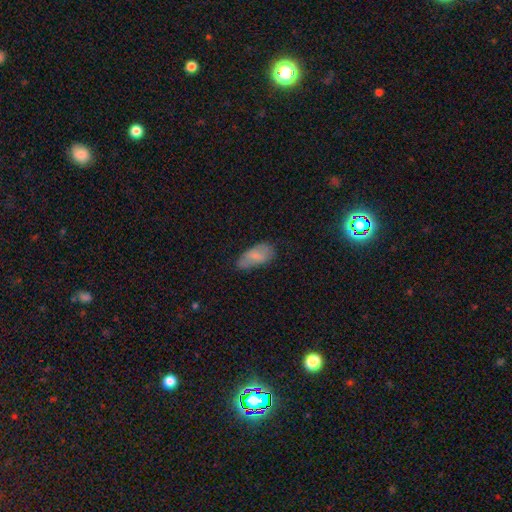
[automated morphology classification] smooth-or-featured: smooth: 73% | featured or disk: 19% | star or artifact: 8%
  how-rounded: in between: 90% | cigar-shaped: 7% | round: 3%
  merging: none: 58% | minor disturbance: 31% | major disturbance: 9% | merger: 2%